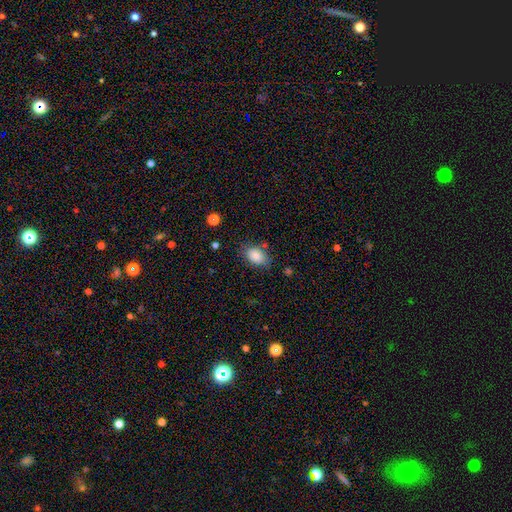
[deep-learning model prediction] This is clearly a smooth galaxy (85%). How rounded: clearly in between (80%). Merging: likely none (75%).